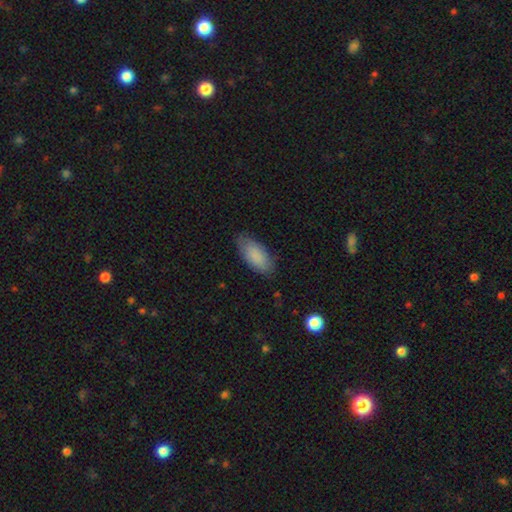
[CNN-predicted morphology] This is clearly a smooth galaxy (86%). How rounded: clearly in between (89%). Merging: likely none (79%).